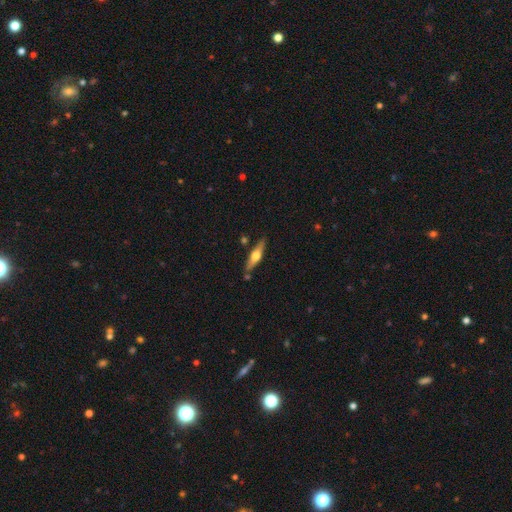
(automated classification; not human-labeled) A featured or disk galaxy (58%) viewed edge-on (94%) with a rounded central bulge (92%). Merging: none (81%).